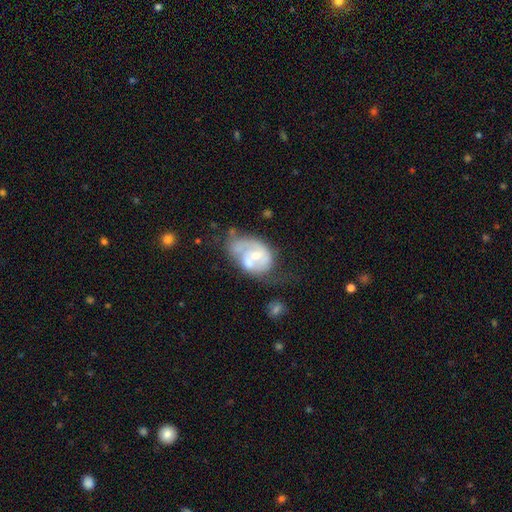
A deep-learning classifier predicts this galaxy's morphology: The model was most divided on "merging": merger: 28%, major disturbance: 25%, none: 24%, minor disturbance: 22%. More confident: edge-on disk — no (97%); smooth or featured — featured or disk (65%); bar — no (62%); spiral arms — yes (60%); bulge size — moderate (51%).